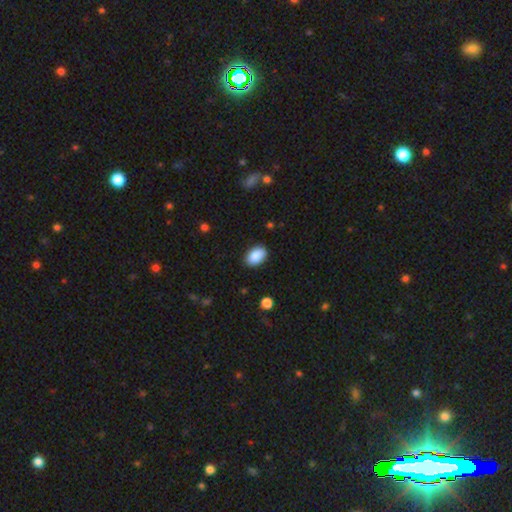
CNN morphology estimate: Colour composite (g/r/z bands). It shows a smooth galaxy with no disk features (89%) that is in between round and cigar-shaped (90%). Merging: none (87%).